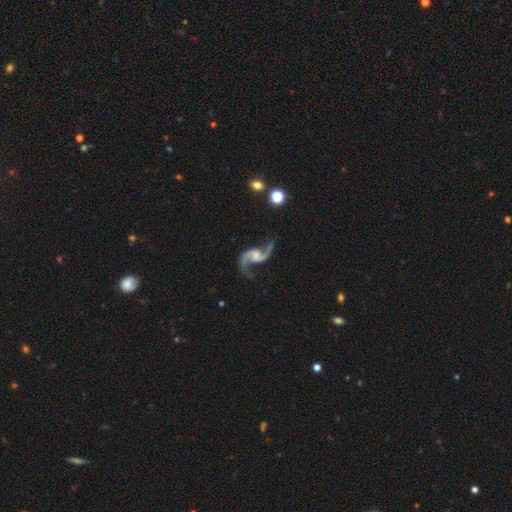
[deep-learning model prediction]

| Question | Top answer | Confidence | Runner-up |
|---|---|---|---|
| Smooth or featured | featured or disk | 93% | star or artifact (4%) |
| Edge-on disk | no | 98% | yes (2%) |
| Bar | no | 49% | weak (41%) |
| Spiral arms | yes | 98% | no (2%) |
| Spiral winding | loose | 74% | medium (23%) |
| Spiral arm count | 2 | 94% | 1 (2%) |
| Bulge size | none | 37% | small (32%) |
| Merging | none | 73% | minor disturbance (15%) |